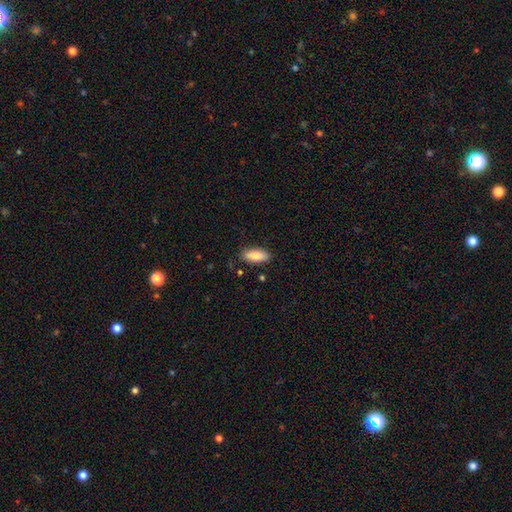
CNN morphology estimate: Overall: smooth (84%). How rounded: in between (78%). Merging: none (86%).